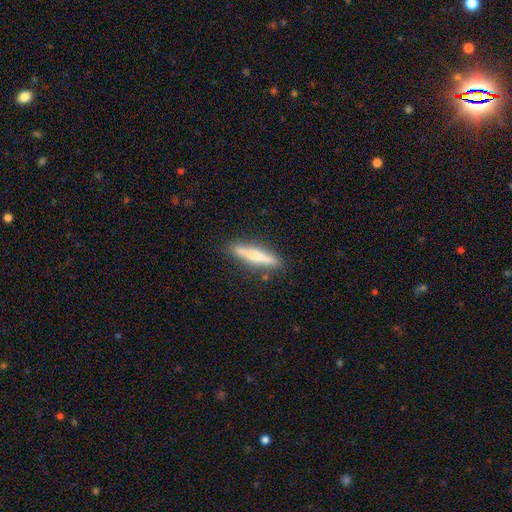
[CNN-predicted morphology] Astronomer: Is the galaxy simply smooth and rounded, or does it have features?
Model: smooth — 64%.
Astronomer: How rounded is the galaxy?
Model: cigar-shaped — 91%.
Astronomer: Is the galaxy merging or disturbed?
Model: none — 86%.